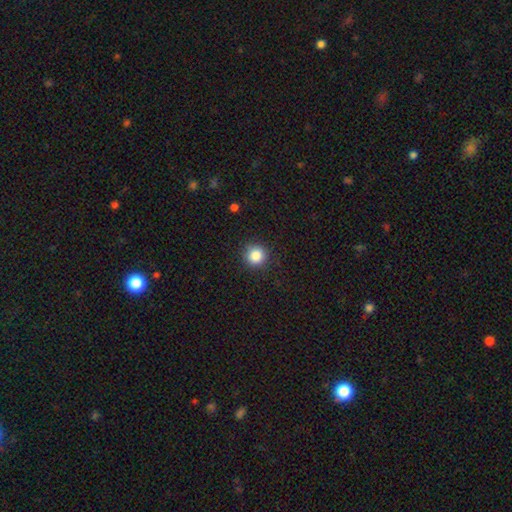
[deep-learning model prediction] A smooth galaxy with no disk features (84%) that is round (94%). Merging: none (90%).